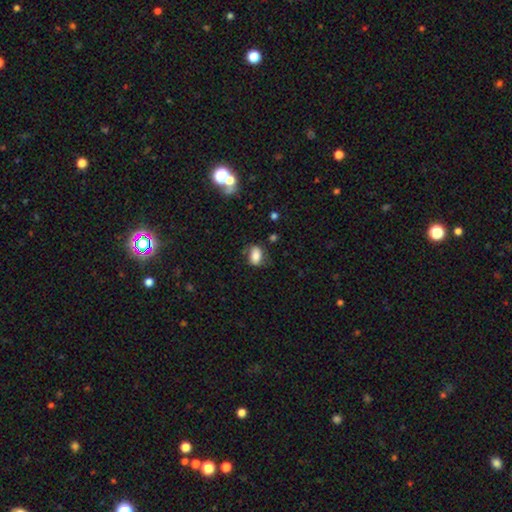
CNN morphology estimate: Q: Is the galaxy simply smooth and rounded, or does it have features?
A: smooth — 80%.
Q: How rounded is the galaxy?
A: in between — 85%.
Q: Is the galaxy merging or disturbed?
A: none — 66%.